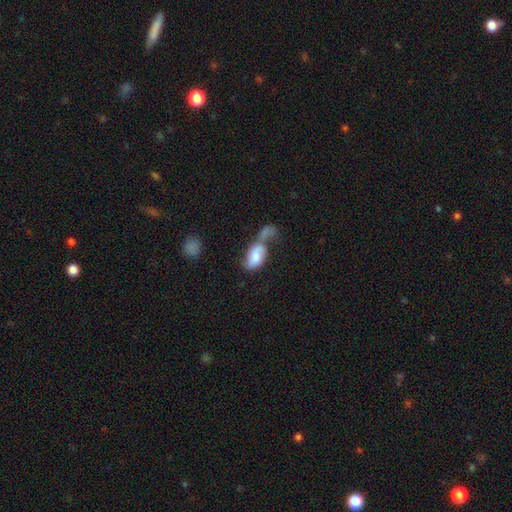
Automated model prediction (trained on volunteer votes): This is likely a smooth galaxy (65%). How rounded: clearly in between (91%). Merging: possibly merger (51%).